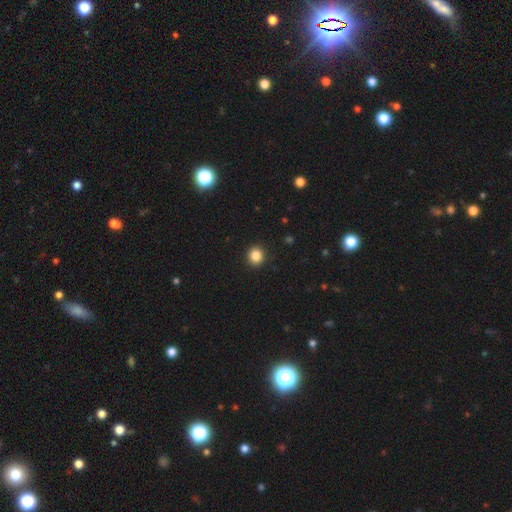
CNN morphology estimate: type=smooth (85%); roundness=round (90%); merging=none (92%).